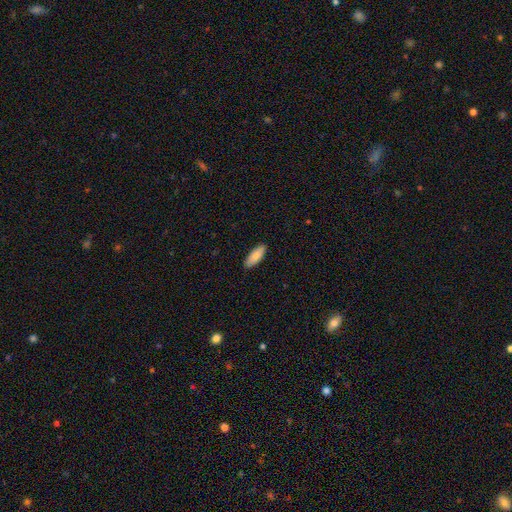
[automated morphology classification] This is clearly a smooth galaxy (85%). How rounded: likely in between (73%). Merging: clearly none (89%).